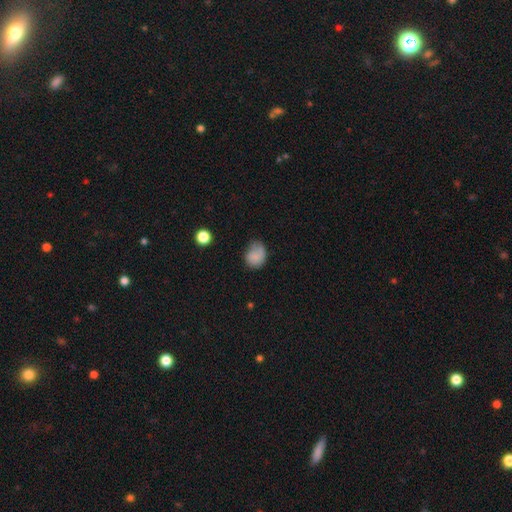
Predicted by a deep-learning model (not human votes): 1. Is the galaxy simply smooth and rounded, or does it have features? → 79% smooth, 11% featured or disk, 10% star or artifact.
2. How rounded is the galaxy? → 50% in between (tied), 50% round (tied), 1% cigar-shaped.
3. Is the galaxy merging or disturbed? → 48% none, 36% minor disturbance, 14% major disturbance, 3% merger.